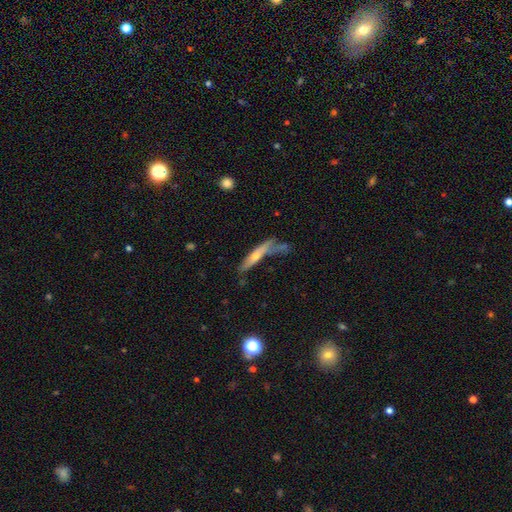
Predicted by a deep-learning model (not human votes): Smooth or featured? Predicted: featured or disk (p=0.47). Merging? Predicted: none (p=0.47).